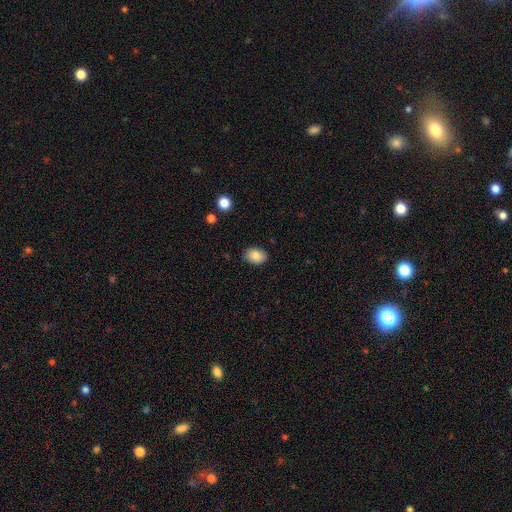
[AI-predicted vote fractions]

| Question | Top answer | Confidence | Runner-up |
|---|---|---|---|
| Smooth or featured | smooth | 86% | star or artifact (8%) |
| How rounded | in between | 71% | round (28%) |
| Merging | none | 86% | minor disturbance (11%) |